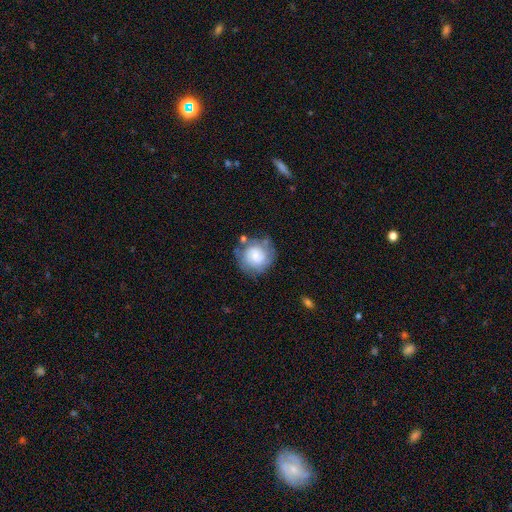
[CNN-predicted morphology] This is possibly a featured or disk galaxy (48%). Merging: likely none (65%).